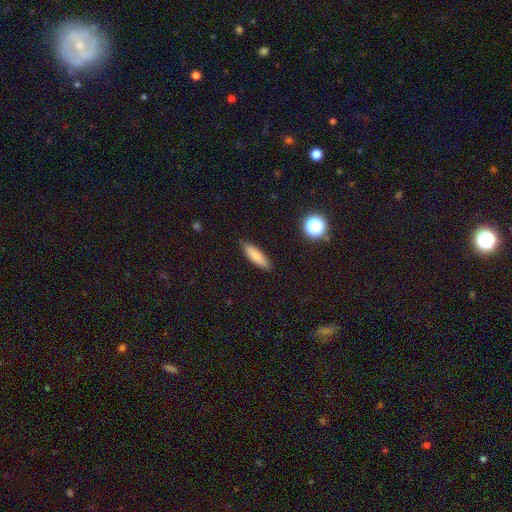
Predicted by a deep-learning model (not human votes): Overall: smooth (79%). How rounded: cigar-shaped (55%; in between 43%). Merging: none (87%).